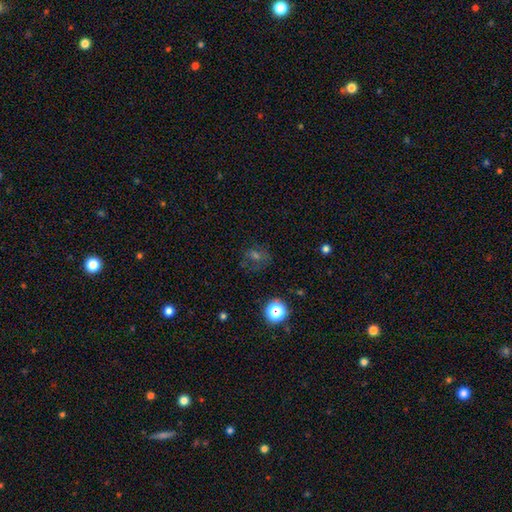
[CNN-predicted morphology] smooth_or_featured: star or artifact (p=0.40) [alt: smooth p=0.35]